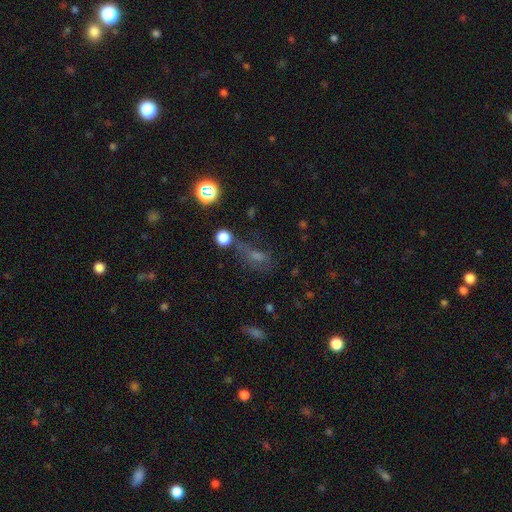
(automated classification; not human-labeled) Smooth or featured? smooth (40%)
Merging? none (52%)